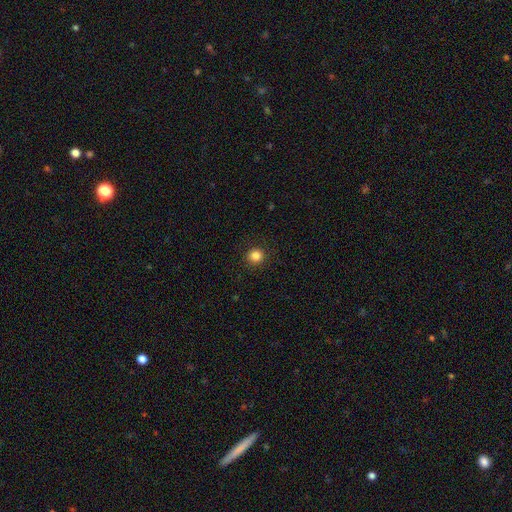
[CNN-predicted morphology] Smooth or featured? smooth (84%)
How rounded? round (91%)
Merging? none (91%)